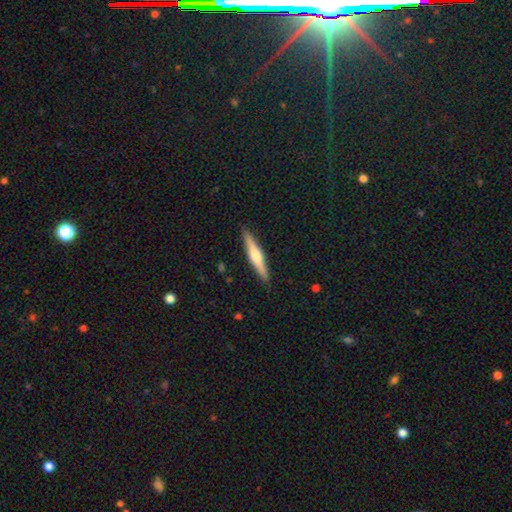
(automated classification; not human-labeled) Smooth or featured? featured or disk (58%)
Edge-on disk? yes (97%)
Edge-on bulge? rounded (83%)
Merging? none (90%)